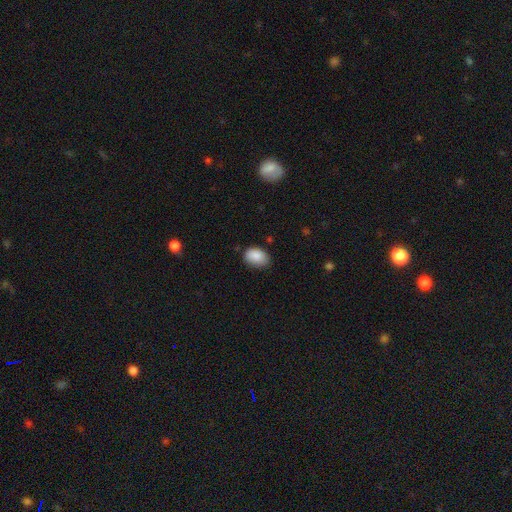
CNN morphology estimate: Smooth or featured?
  - smooth: 87% *
  - star or artifact: 7%
  - featured or disk: 5%
How rounded?
  - in between: 81% *
  - round: 18%
  - cigar-shaped: 1%
Merging?
  - none: 69% *
  - minor disturbance: 25%
  - major disturbance: 4%
  - merger: 2%